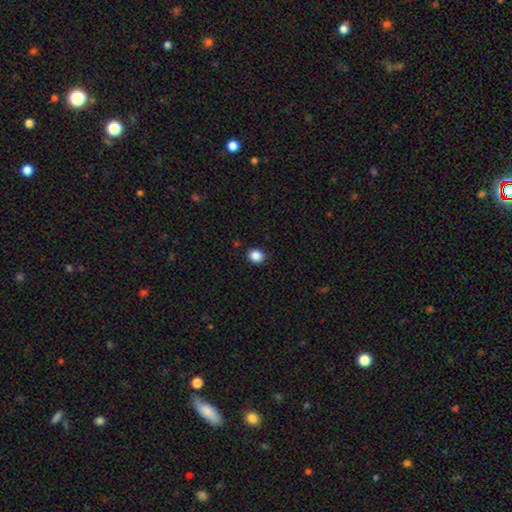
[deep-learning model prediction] smooth 87%, star or artifact 10%, featured or disk 3%. Down the decision tree: how rounded — round (71%); merging — none (90%).